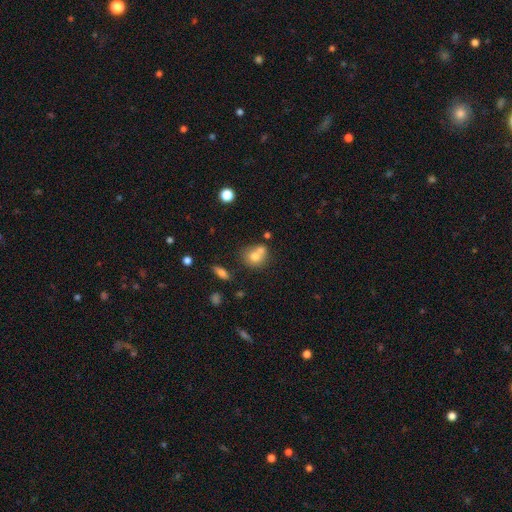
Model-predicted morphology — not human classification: This appears to be a smooth galaxy with no disk features (72%) that is round (70%). Merging: merger (50%).